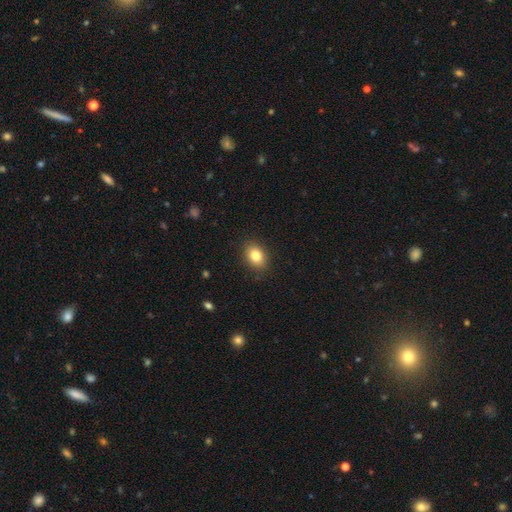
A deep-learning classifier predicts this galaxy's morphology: smooth 82%, star or artifact 9%, featured or disk 8%. Down the decision tree: how rounded — in between (66%); merging — none (87%).